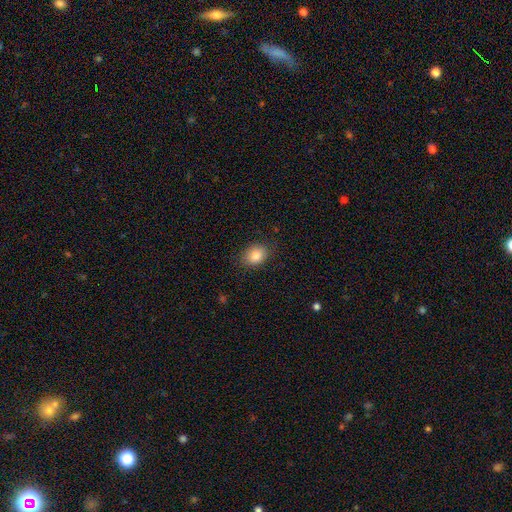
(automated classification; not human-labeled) This is clearly a smooth galaxy (85%). How rounded: likely in between (65%). Merging: clearly none (83%).